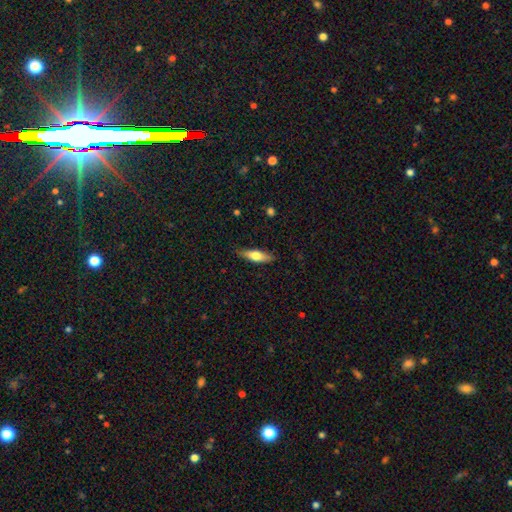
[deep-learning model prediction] smooth-or-featured: smooth: 62% | featured or disk: 32% | star or artifact: 6%
  how-rounded: cigar-shaped: 56% | in between: 42% | round: 2%
  merging: none: 84% | minor disturbance: 12% | major disturbance: 2% | merger: 1%